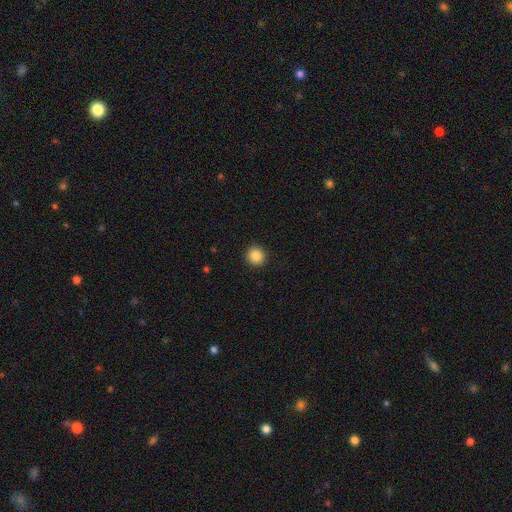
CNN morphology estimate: smooth_or_featured: smooth (p=0.87) [alt: star or artifact p=0.10]
how_rounded: round (p=0.93) [alt: in between p=0.06]
merging: none (p=0.93) [alt: minor disturbance p=0.05]